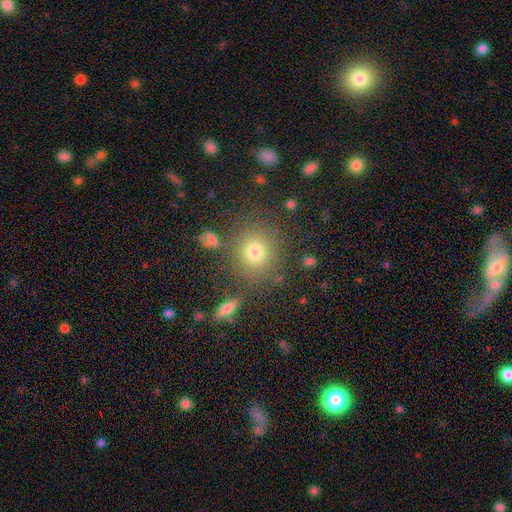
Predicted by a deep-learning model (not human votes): smooth 75%, star or artifact 16%, featured or disk 10%. Down the decision tree: how rounded — round (83%); merging — none (80%).